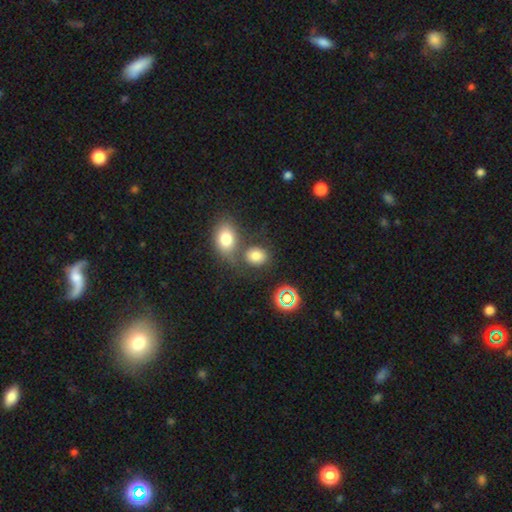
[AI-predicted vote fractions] A smooth galaxy with no disk features (75%) that is round (53%). Merging: none (60%).